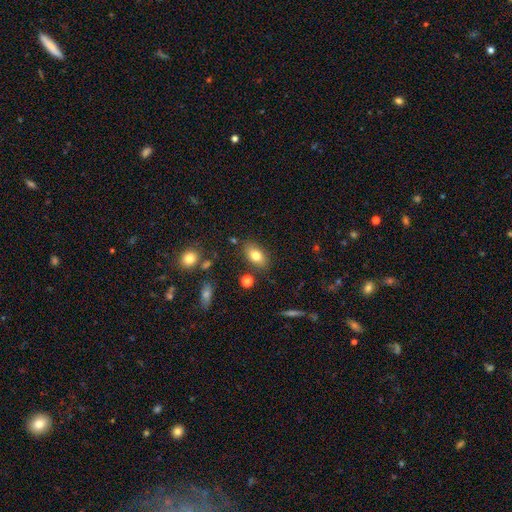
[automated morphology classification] Smooth or featured?
  - smooth: 78% *
  - featured or disk: 12%
  - star or artifact: 9%
How rounded?
  - in between: 87% *
  - round: 10%
  - cigar-shaped: 2%
Merging?
  - none: 81% *
  - minor disturbance: 12%
  - merger: 4%
  - major disturbance: 3%